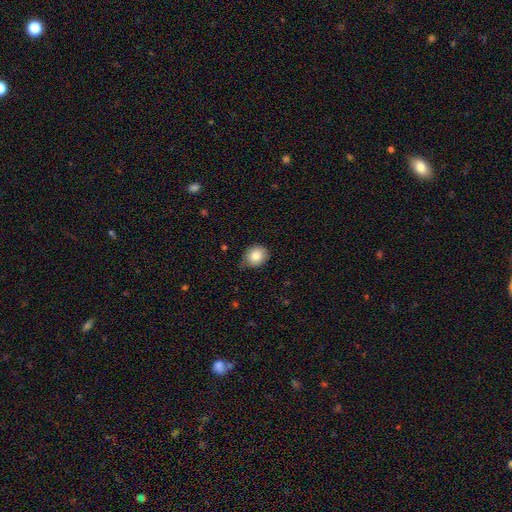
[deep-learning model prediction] Morphology: type=smooth (83%); roundness=round (69%); merging=none (72%).